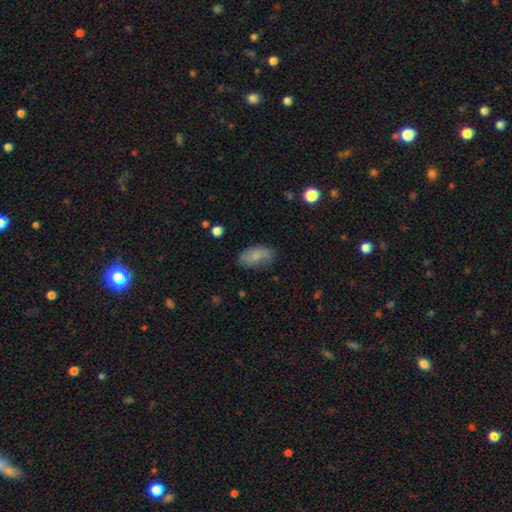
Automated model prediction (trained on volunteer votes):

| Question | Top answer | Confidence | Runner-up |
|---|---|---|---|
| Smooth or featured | smooth | 77% | featured or disk (16%) |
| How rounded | in between | 92% | round (5%) |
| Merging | none | 76% | minor disturbance (18%) |